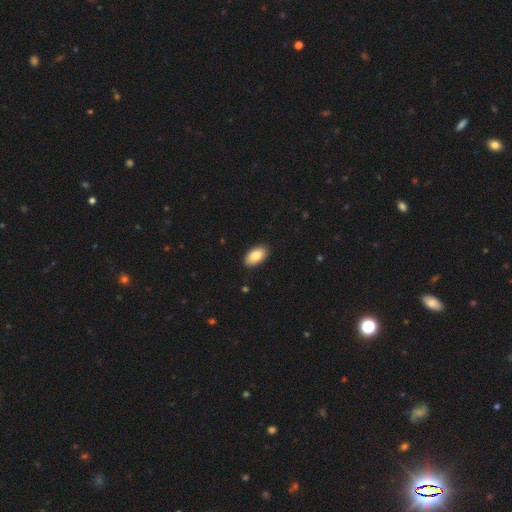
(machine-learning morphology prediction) smooth-or-featured: smooth: 84% | featured or disk: 9% | star or artifact: 7%
  how-rounded: in between: 95% | round: 3% | cigar-shaped: 2%
  merging: none: 89% | minor disturbance: 8% | major disturbance: 2% | merger: 1%